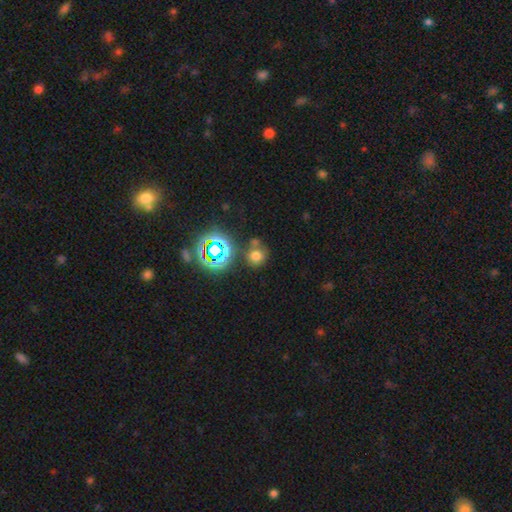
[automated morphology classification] Smooth or featured: smooth — 65% (star or artifact — 26%)
How rounded: round — 82% (in between — 16%)
Merging: none — 68% (merger — 15%)